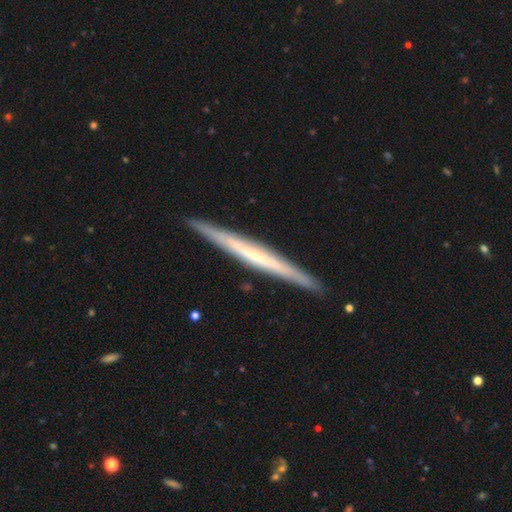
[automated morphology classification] type=featured or disk (66%); edge-on=yes (97%); edge-on bulge=none (73%); merging=none (91%).